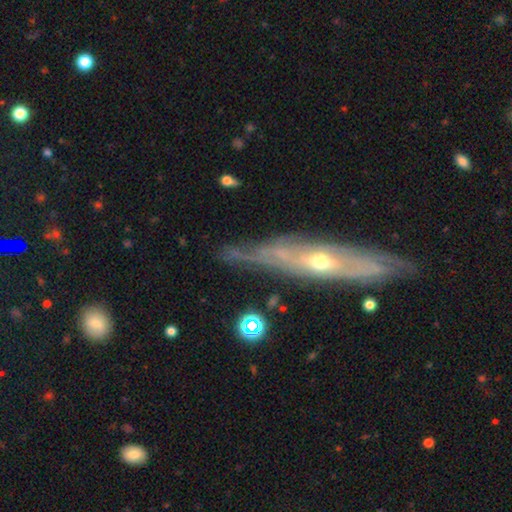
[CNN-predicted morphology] A featured or disk galaxy (79%) viewed edge-on (62%).

Vote fractions:
- Smooth or featured? featured or disk: 79% / smooth: 15% / star or artifact: 6%
- Edge-on disk? yes: 62% / no: 38%
- Merging? none: 75% / minor disturbance: 18% / major disturbance: 5% / merger: 2%